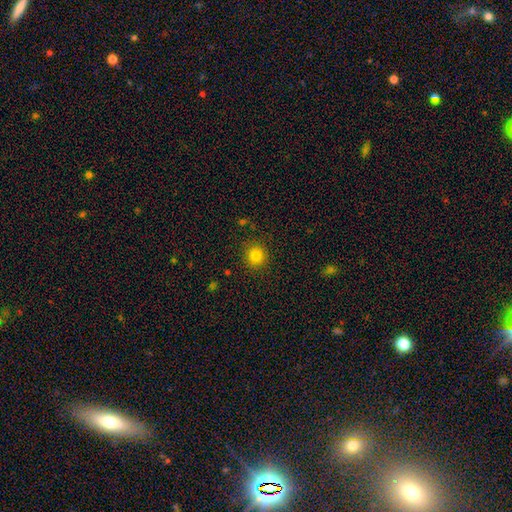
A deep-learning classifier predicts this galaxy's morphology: smooth 82%, star or artifact 13%, featured or disk 6%. Down the decision tree: how rounded — round (91%); merging — none (89%).